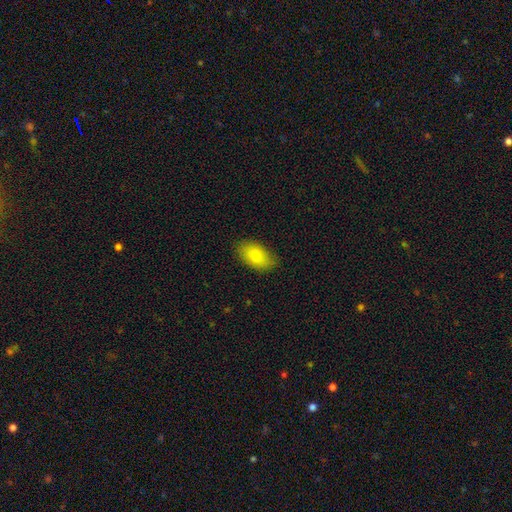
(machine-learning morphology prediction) smooth-or-featured: smooth: 81% | featured or disk: 11% | star or artifact: 7%
  how-rounded: in between: 92% | round: 6% | cigar-shaped: 2%
  merging: none: 83% | minor disturbance: 13% | major disturbance: 3% | merger: 1%